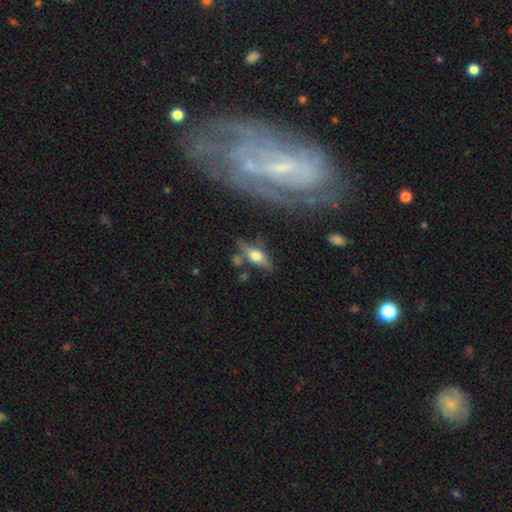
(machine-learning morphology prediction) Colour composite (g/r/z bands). It shows a featured or disk galaxy (52%) viewed edge-on (83%). Merging: none (64%).